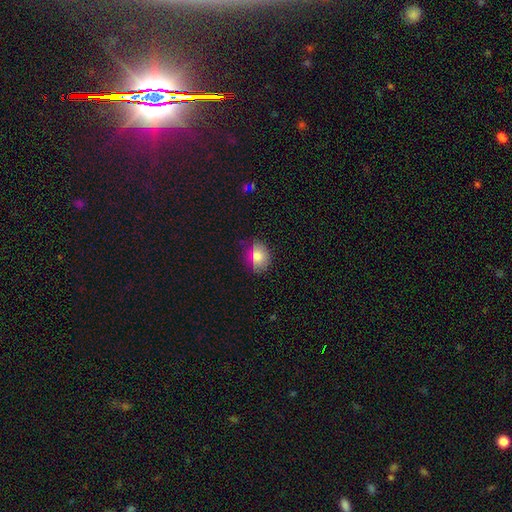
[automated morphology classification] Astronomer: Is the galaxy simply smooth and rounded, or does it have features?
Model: smooth — 74%.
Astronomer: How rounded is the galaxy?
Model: in between — 50% (runner-up: round, 49%).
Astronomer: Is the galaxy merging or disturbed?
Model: none — 73%.